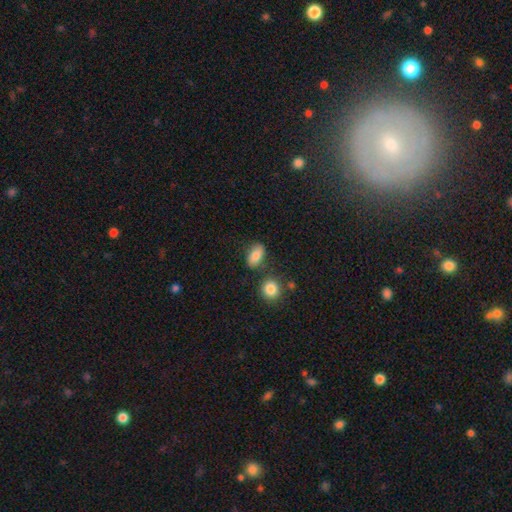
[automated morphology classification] Smooth or featured?
  - smooth: 84% *
  - star or artifact: 8%
  - featured or disk: 8%
How rounded?
  - in between: 86% *
  - round: 10%
  - cigar-shaped: 4%
Merging?
  - none: 73% *
  - minor disturbance: 15%
  - merger: 7%
  - major disturbance: 4%